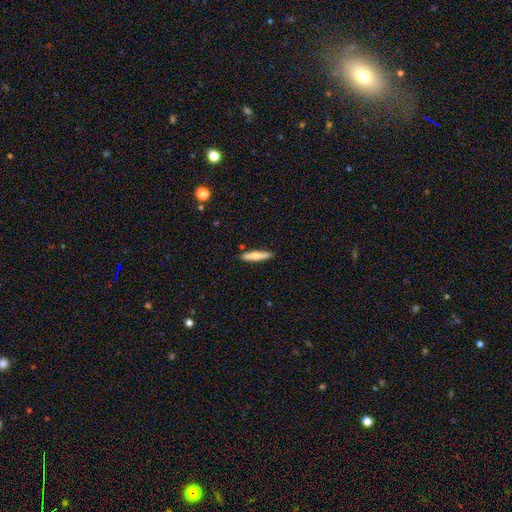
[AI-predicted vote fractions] smooth_or_featured: smooth (p=0.60) [alt: featured or disk p=0.34]
how_rounded: cigar-shaped (p=0.85) [alt: in between p=0.13]
merging: none (p=0.89) [alt: minor disturbance p=0.08]